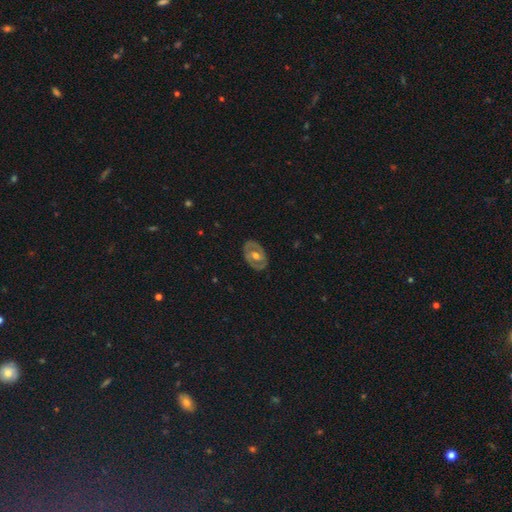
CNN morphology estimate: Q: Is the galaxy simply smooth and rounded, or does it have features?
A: featured or disk — 65%.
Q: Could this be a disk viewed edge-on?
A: no — 93%.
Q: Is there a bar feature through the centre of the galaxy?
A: no — 53%.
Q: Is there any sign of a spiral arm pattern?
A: no — 59%.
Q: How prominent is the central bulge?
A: moderate — 71%.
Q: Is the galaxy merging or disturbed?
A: none — 82%.